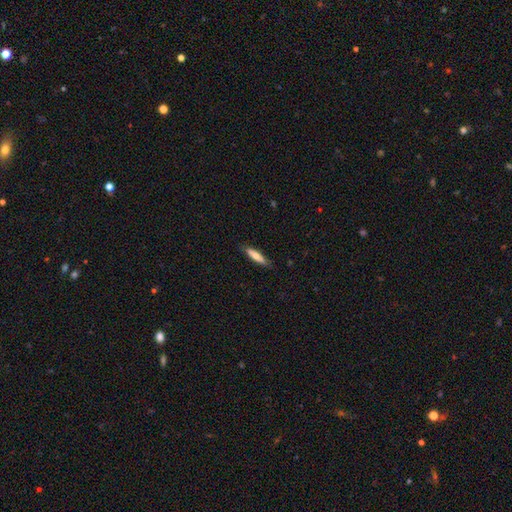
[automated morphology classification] A smooth galaxy with no disk features (70%) that is cigar-shaped (79%).

Vote fractions:
- Smooth or featured? smooth: 70% / featured or disk: 24% / star or artifact: 6%
- How rounded? cigar-shaped: 79% / in between: 20% / round: 2%
- Merging? none: 84% / minor disturbance: 13% / major disturbance: 2% / merger: 1%